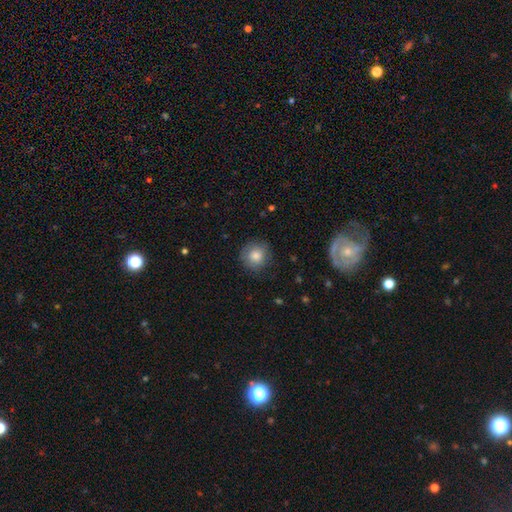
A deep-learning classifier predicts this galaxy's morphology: Smooth or featured? smooth (81%)
How rounded? round (93%)
Merging? none (83%)